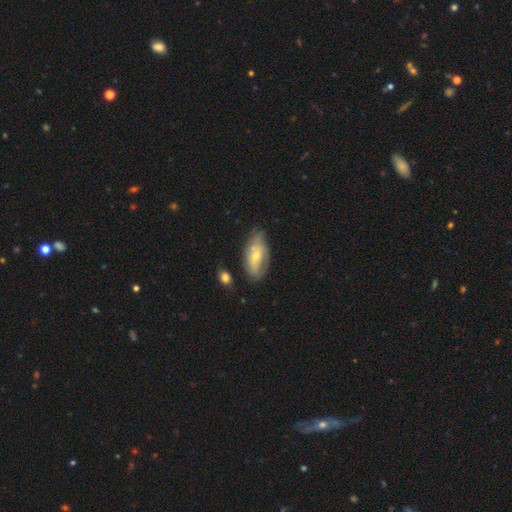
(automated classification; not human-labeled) smooth 47%, featured or disk 46%, star or artifact 7%. Down the decision tree: merging — none (52%).